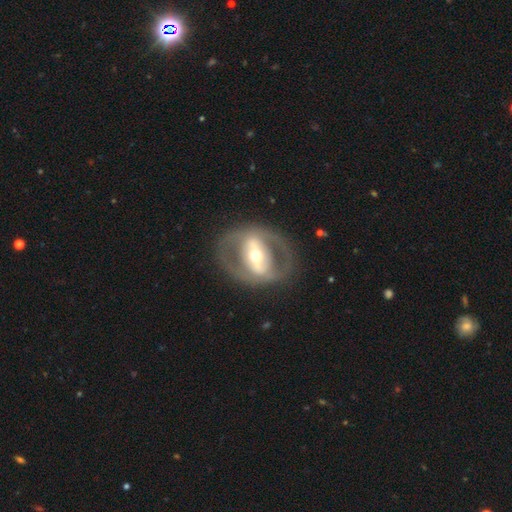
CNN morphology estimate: A featured or disk galaxy (76%) with a strong bar (57%), no spiral arms (65%) and a moderate central bulge (61%).

Vote fractions:
- Smooth or featured? featured or disk: 76% / smooth: 19% / star or artifact: 5%
- Edge-on disk? no: 91% / yes: 9%
- Bar? strong: 57% / weak: 22% / no: 21%
- Spiral arms? no: 65% / yes: 35%
- Bulge size? moderate: 61% / small: 26% / large: 10% / dominant: 1% / none: 1%
- Merging? none: 74% / minor disturbance: 12% / major disturbance: 12% / merger: 2%